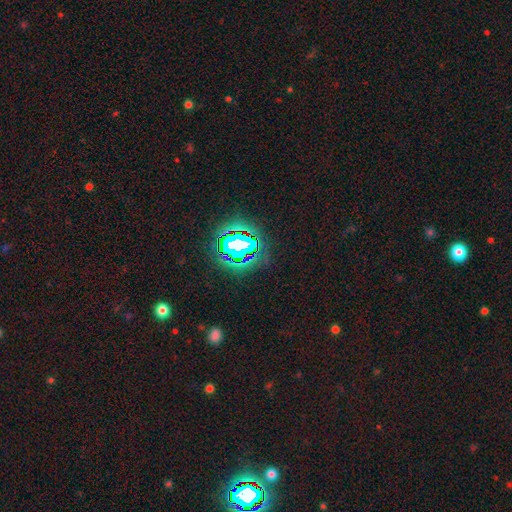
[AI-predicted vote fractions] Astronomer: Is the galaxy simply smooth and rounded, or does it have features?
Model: star or artifact — 79%.